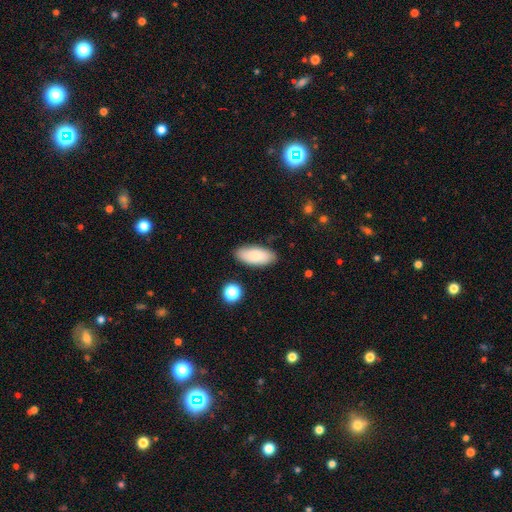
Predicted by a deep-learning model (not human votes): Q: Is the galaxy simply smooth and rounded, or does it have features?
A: smooth — 83%.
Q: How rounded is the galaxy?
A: in between — 88%.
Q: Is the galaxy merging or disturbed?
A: none — 85%.